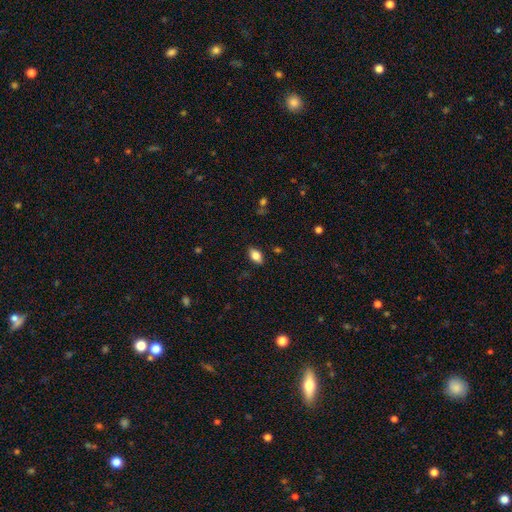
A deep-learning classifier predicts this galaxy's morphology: Smooth or featured? smooth (80%)
How rounded? in between (89%)
Merging? none (86%)